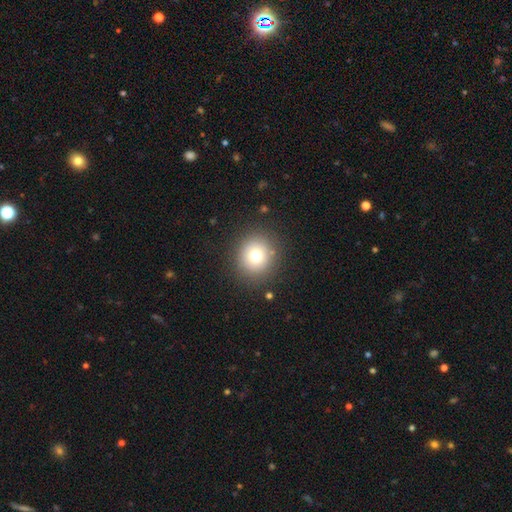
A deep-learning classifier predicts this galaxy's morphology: Smooth or featured?
  - smooth: 73% *
  - star or artifact: 14%
  - featured or disk: 13%
How rounded?
  - round: 90% *
  - in between: 10%
  - cigar-shaped: 1%
Merging?
  - none: 88% *
  - minor disturbance: 7%
  - major disturbance: 4%
  - merger: 1%